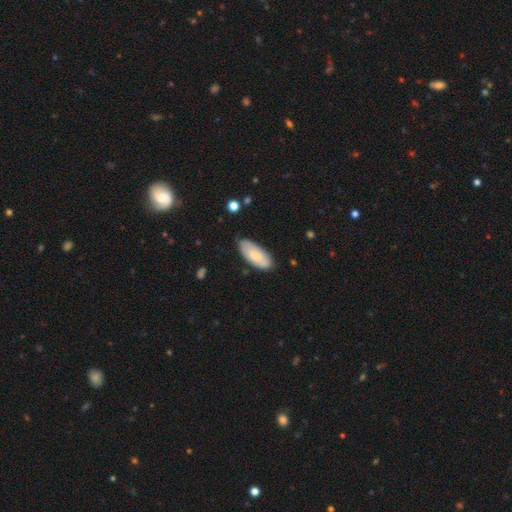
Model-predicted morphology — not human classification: smooth_or_featured: smooth (p=0.72) [alt: featured or disk p=0.22]
how_rounded: in between (p=0.86) [alt: cigar-shaped p=0.12]
merging: none (p=0.76) [alt: minor disturbance p=0.19]